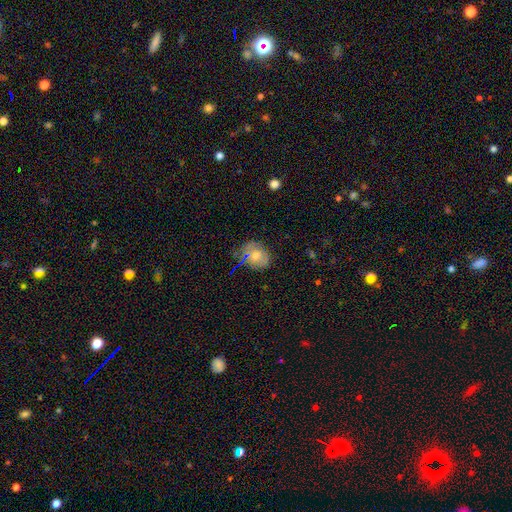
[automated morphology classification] This is possibly a smooth galaxy (60%). How rounded: possibly in between (50%). Merging: possibly none (60%).